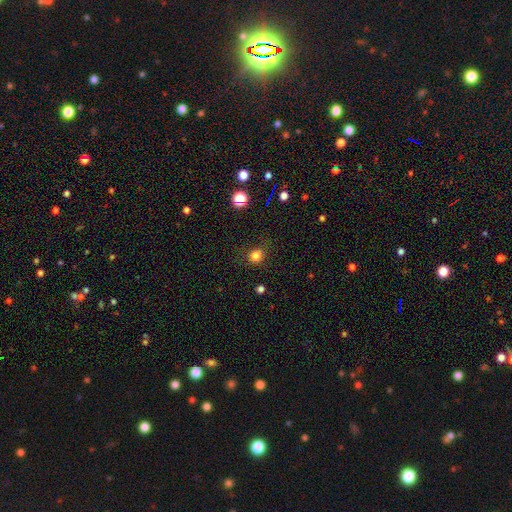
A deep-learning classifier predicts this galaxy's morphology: A smooth galaxy with no disk features (80%) that is round (78%).

Vote fractions:
- Smooth or featured? smooth: 80% / star or artifact: 15% / featured or disk: 5%
- How rounded? round: 78% / in between: 21% / cigar-shaped: 1%
- Merging? none: 79% / minor disturbance: 14% / major disturbance: 5% / merger: 1%